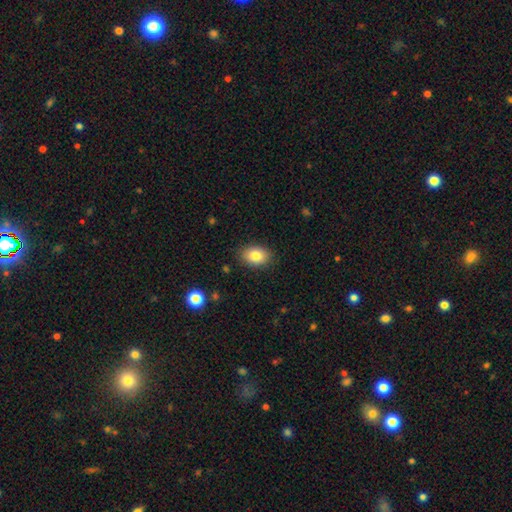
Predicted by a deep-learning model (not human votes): This appears to be a smooth galaxy with no disk features (83%) that is in between round and cigar-shaped (78%). Merging: none (86%).